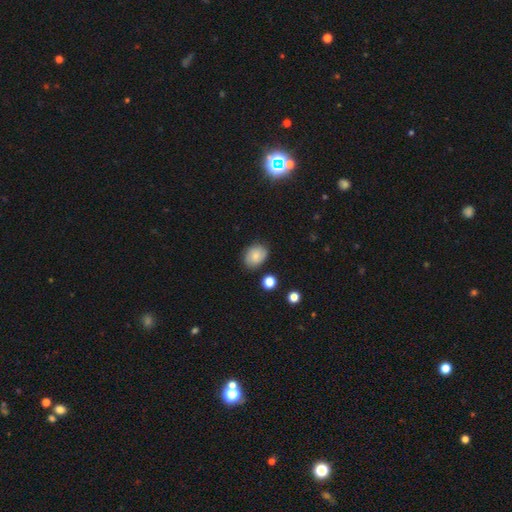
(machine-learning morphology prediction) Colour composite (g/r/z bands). It shows a smooth galaxy with no disk features (77%) that is in between round and cigar-shaped (61%). Merging: none (78%).